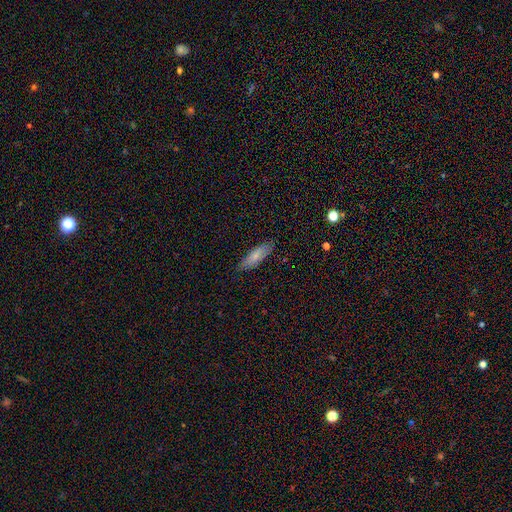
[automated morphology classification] The model was most divided on "how rounded": in between: 51%, cigar-shaped: 48%, round: 2%. More confident: merging — none (84%); smooth or featured — smooth (74%).